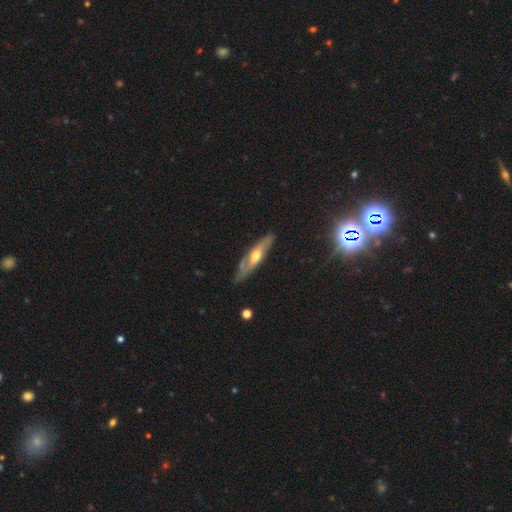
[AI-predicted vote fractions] featured or disk 67%, smooth 27%, star or artifact 6%. Down the decision tree: edge-on disk — no (50%, tied with yes); merging — none (75%).